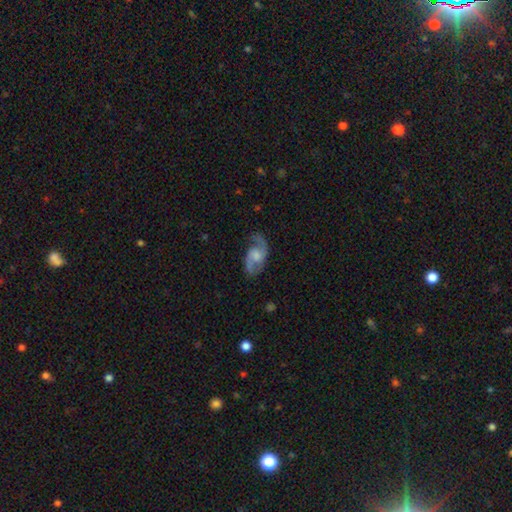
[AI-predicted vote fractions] Q: Smooth or featured?
A: featured or disk (82%); runner-up: smooth (12%)
Q: Edge-on disk?
A: no (97%); runner-up: yes (3%)
Q: Bar?
A: no (54%); runner-up: weak (39%)
Q: Spiral arms?
A: yes (95%); runner-up: no (5%)
Q: Spiral winding?
A: medium (51%); runner-up: loose (36%)
Q: Spiral arm count?
A: 2 (89%); runner-up: can't tell (4%)
Q: Bulge size?
A: moderate (38%); runner-up: small (29%)
Q: Merging?
A: none (71%); runner-up: minor disturbance (18%)